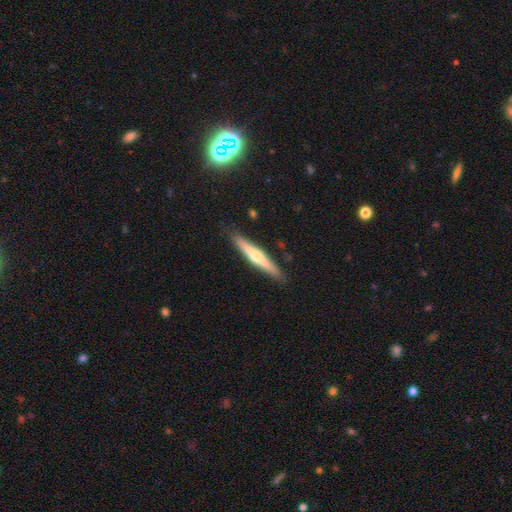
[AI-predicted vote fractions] Smooth or featured? Predicted: featured or disk (p=0.56). Edge-on disk? Predicted: yes (p=0.96). Edge-on bulge? Predicted: rounded (p=0.82). Merging? Predicted: none (p=0.89).